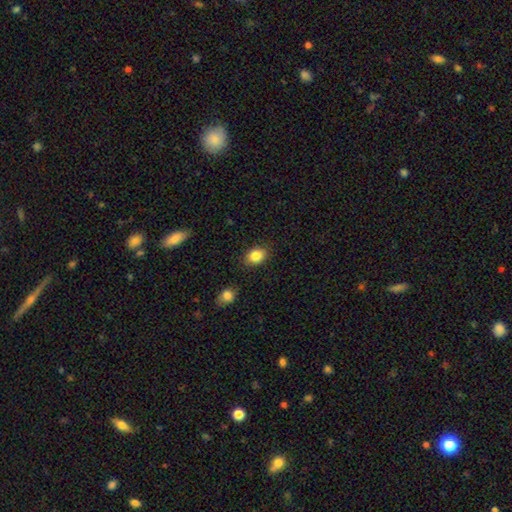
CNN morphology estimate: Smooth or featured: smooth — 85% (star or artifact — 9%)
How rounded: in between — 63% (round — 36%)
Merging: none — 85% (minor disturbance — 10%)